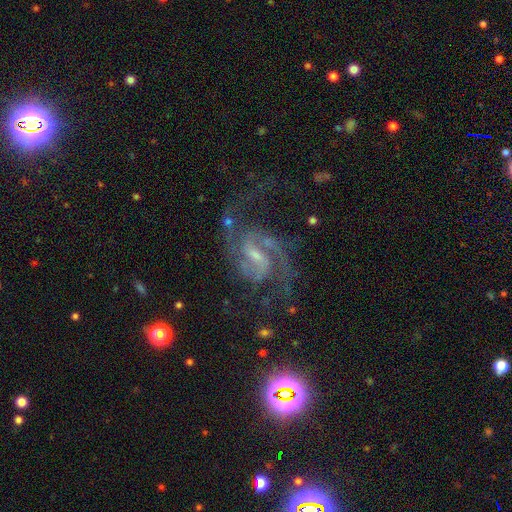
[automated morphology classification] Overall: featured or disk (90%). Edge-on disk: no (98%). Bar: weak (56%; strong 23%). Spiral arms: yes (98%). Spiral arm count: 2 (86%). Spiral winding: medium (60%; tight 21%). Bulge size: small (60%; moderate 27%). Merging: none (64%).